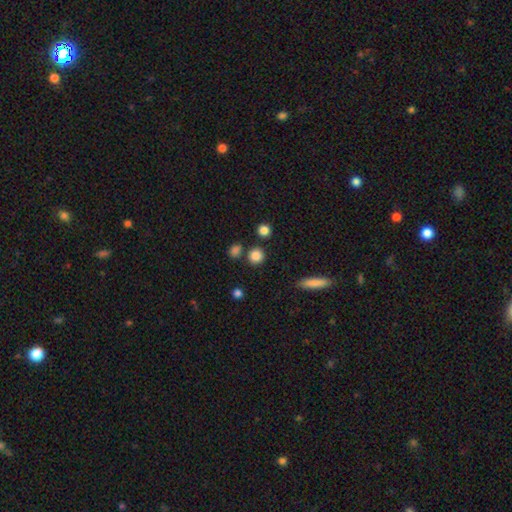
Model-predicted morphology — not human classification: smooth_or_featured: smooth (p=0.84) [alt: star or artifact p=0.11]
how_rounded: round (p=0.89) [alt: in between p=0.09]
merging: none (p=0.81) [alt: merger p=0.08]